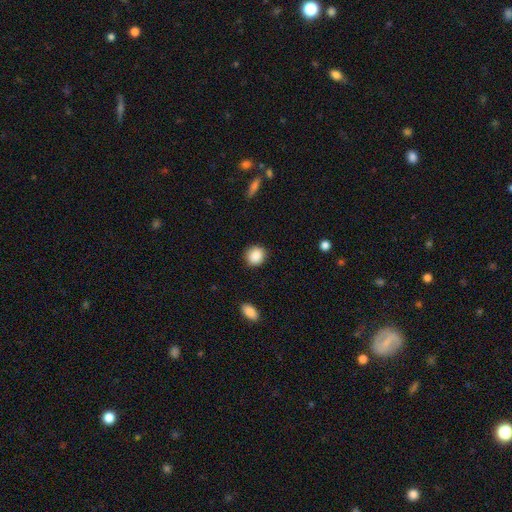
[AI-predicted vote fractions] A smooth galaxy with no disk features (89%) that is round (80%). Merging: none (88%).